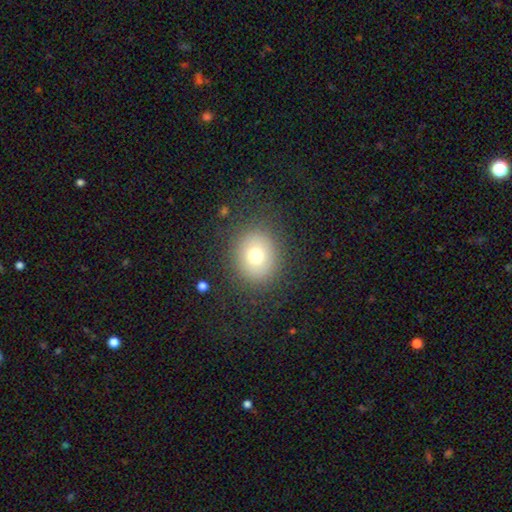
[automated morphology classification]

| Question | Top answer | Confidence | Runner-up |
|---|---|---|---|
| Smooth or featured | smooth | 73% | featured or disk (14%) |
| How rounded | round | 73% | in between (26%) |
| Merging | none | 85% | minor disturbance (9%) |